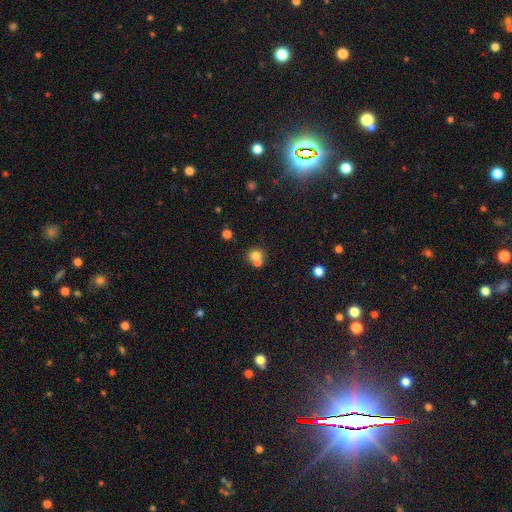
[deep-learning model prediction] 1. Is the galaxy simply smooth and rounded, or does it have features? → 74% smooth, 14% featured or disk, 12% star or artifact.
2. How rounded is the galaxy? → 82% round, 17% in between, 1% cigar-shaped.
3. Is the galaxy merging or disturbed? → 48% merger, 41% none, 8% minor disturbance, 3% major disturbance.